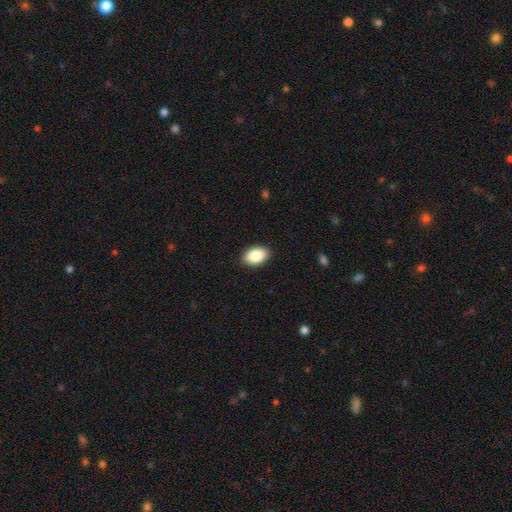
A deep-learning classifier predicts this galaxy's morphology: smooth-or-featured: smooth: 87% | star or artifact: 7% | featured or disk: 6%
  how-rounded: in between: 91% | round: 8% | cigar-shaped: 1%
  merging: none: 90% | minor disturbance: 8% | major disturbance: 2% | merger: 1%